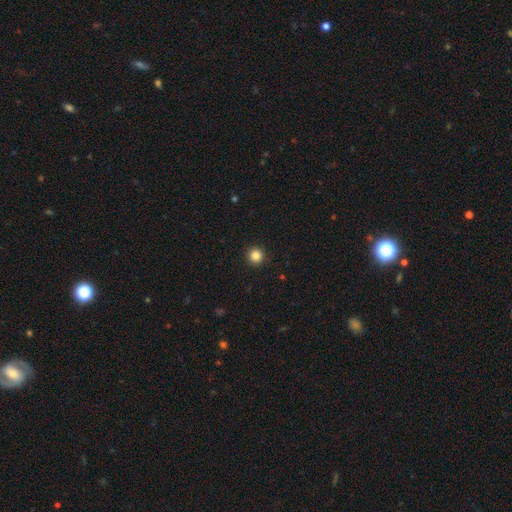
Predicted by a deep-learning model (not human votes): smooth_or_featured: smooth (p=0.85) [alt: star or artifact p=0.11]
how_rounded: round (p=0.96) [alt: in between p=0.03]
merging: none (p=0.94) [alt: minor disturbance p=0.04]